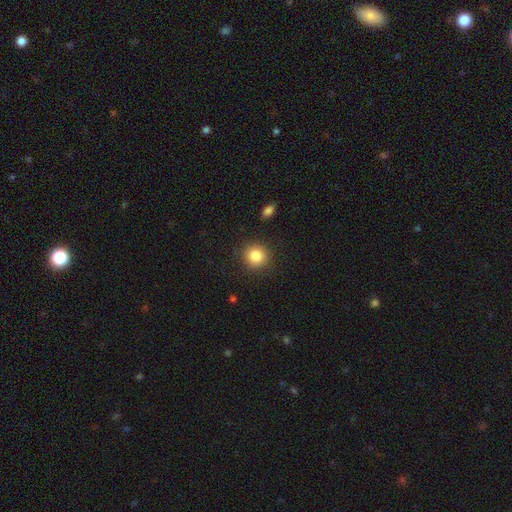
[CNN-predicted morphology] smooth_or_featured: smooth (p=0.84) [alt: star or artifact p=0.10]
how_rounded: round (p=0.91) [alt: in between p=0.08]
merging: none (p=0.90) [alt: minor disturbance p=0.07]